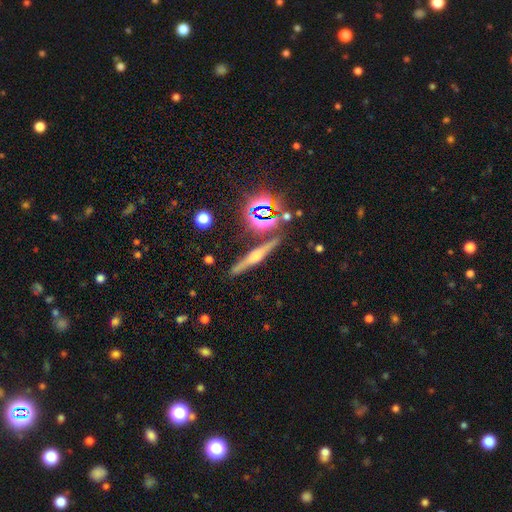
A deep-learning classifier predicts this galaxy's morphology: Q: Smooth or featured?
A: featured or disk (61%); runner-up: star or artifact (20%)
Q: Edge-on disk?
A: yes (95%); runner-up: no (5%)
Q: Edge-on bulge?
A: rounded (83%); runner-up: boxy (11%)
Q: Merging?
A: none (86%); runner-up: minor disturbance (8%)